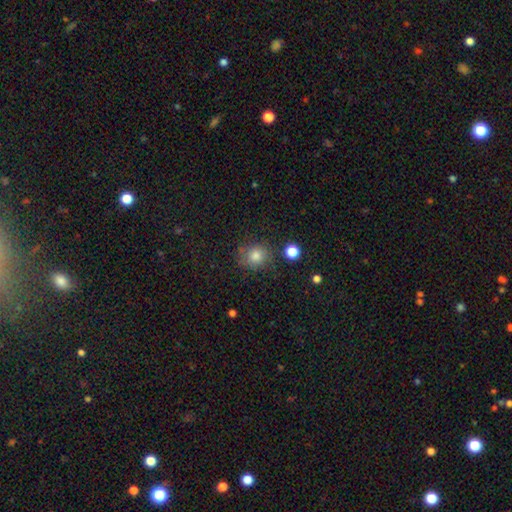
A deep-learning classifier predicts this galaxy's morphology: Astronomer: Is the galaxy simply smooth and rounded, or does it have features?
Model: smooth — 80%.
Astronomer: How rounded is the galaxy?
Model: round — 82%.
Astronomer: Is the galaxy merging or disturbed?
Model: none — 76%.